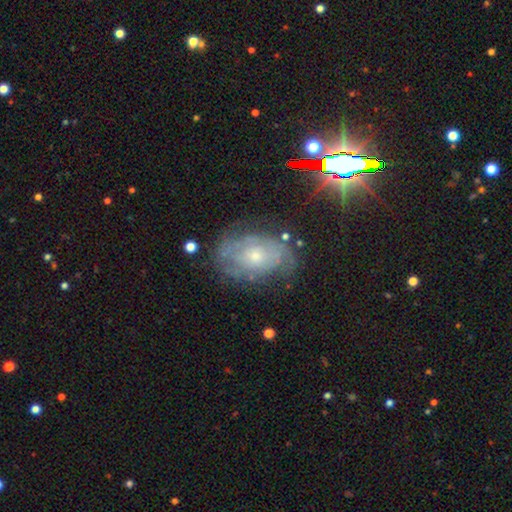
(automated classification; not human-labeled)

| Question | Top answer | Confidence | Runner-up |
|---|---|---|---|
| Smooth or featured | featured or disk | 63% | smooth (26%) |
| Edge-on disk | no | 95% | yes (5%) |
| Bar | no | 83% | weak (14%) |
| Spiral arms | yes | 65% | no (35%) |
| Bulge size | small | 61% | moderate (33%) |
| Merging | none | 62% | minor disturbance (23%) |